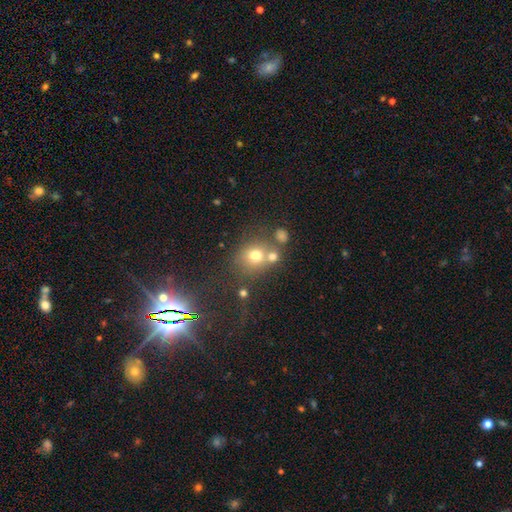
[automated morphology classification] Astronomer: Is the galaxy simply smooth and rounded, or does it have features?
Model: smooth — 70%.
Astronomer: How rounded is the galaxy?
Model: round — 80%.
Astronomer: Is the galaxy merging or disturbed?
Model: none — 55%.